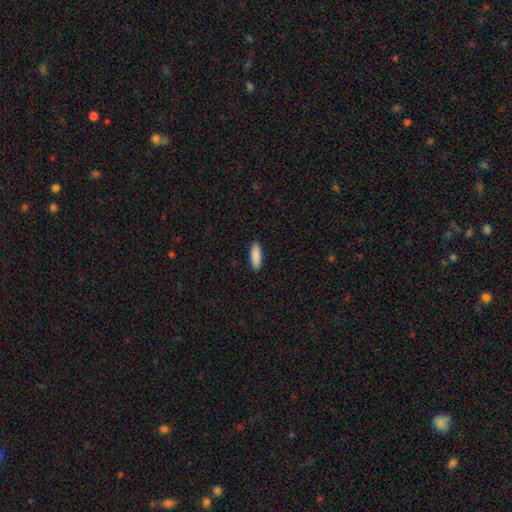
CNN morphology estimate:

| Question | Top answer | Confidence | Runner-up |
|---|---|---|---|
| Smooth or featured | smooth | 90% | star or artifact (6%) |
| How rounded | in between | 55% | cigar-shaped (44%) |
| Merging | none | 91% | minor disturbance (7%) |